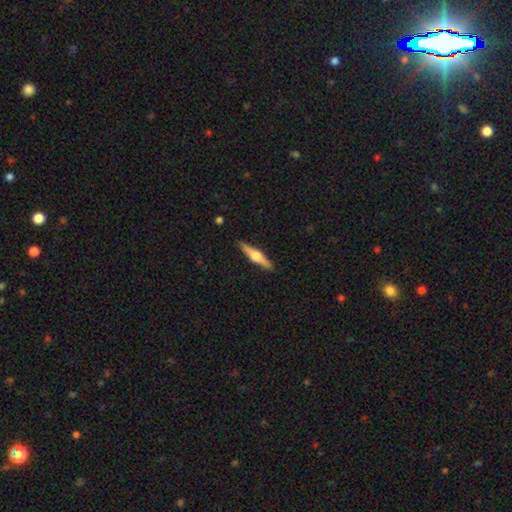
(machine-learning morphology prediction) The model was most divided on "smooth or featured": featured or disk: 64%, smooth: 31%, star or artifact: 5%. More confident: edge-on disk — yes (97%); merging — none (90%); edge-on bulge — rounded (89%).